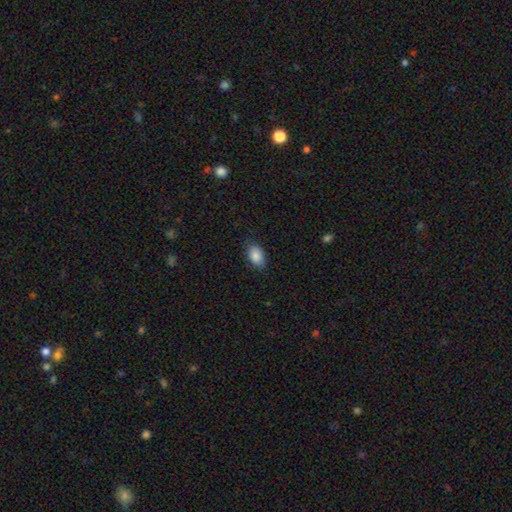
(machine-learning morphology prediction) The model was most divided on "merging": none: 83%, minor disturbance: 14%, major disturbance: 3%, merger: 1%. More confident: how rounded — in between (88%); smooth or featured — smooth (88%).